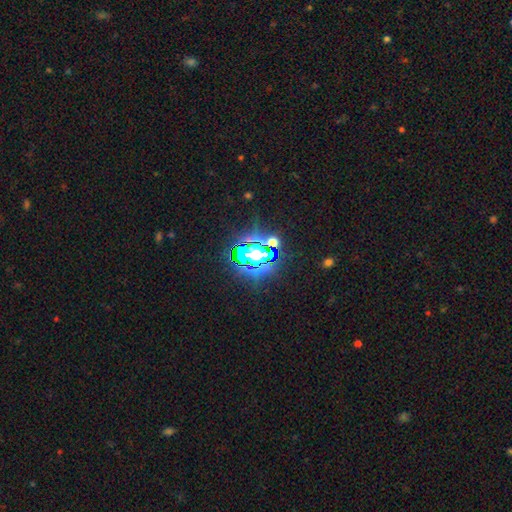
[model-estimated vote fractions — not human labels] The model was most divided on "smooth or featured": star or artifact: 79%, smooth: 13%, featured or disk: 8%.